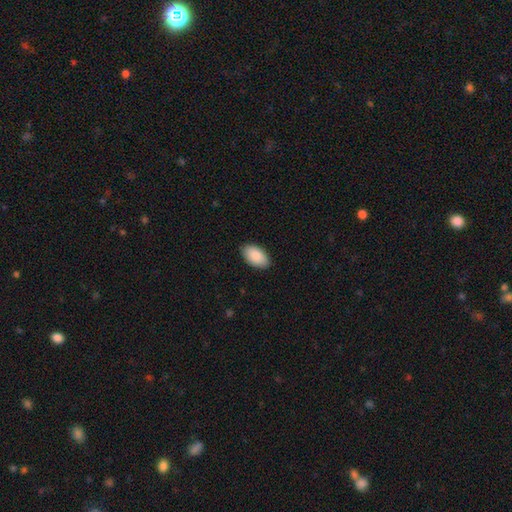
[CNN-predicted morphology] smooth-or-featured: smooth: 88% | featured or disk: 6% | star or artifact: 6%
  how-rounded: in between: 96% | round: 3% | cigar-shaped: 1%
  merging: none: 88% | minor disturbance: 9% | major disturbance: 2% | merger: 1%